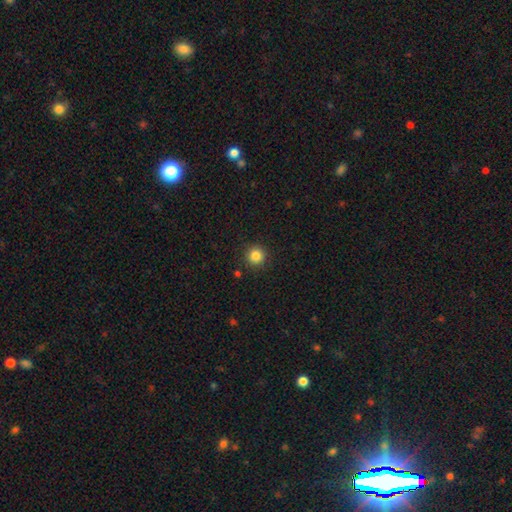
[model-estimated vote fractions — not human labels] This appears to be a smooth galaxy with no disk features (85%) that is round (95%). Merging: none (91%).